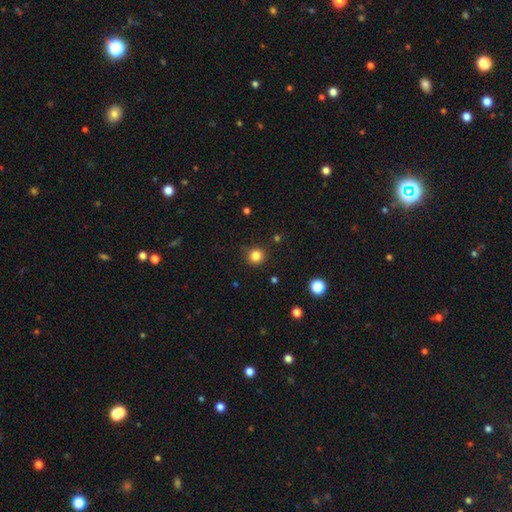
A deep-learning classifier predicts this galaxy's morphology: smooth-or-featured: smooth: 83% | star or artifact: 13% | featured or disk: 4%
  how-rounded: round: 93% | in between: 6% | cigar-shaped: 1%
  merging: none: 88% | minor disturbance: 8% | major disturbance: 2% | merger: 1%